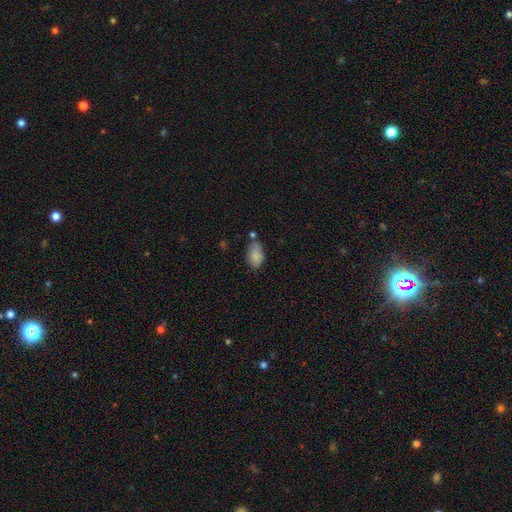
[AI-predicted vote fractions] This appears to be a smooth galaxy with no disk features (85%) that is in between round and cigar-shaped (92%). Merging: none (59%).